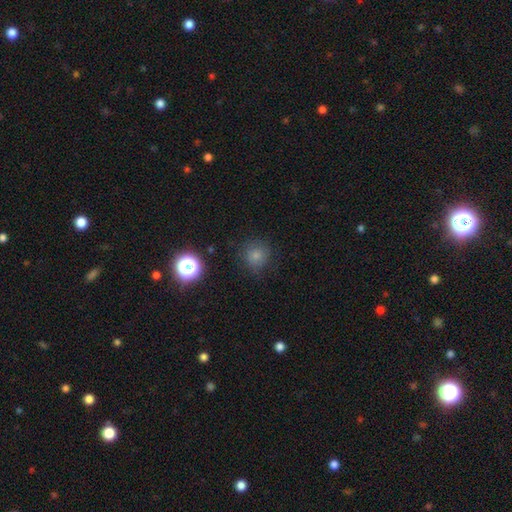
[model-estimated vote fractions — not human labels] The model was most divided on "smooth or featured": smooth: 78%, star or artifact: 16%, featured or disk: 7%. More confident: how rounded — round (92%); merging — none (81%).